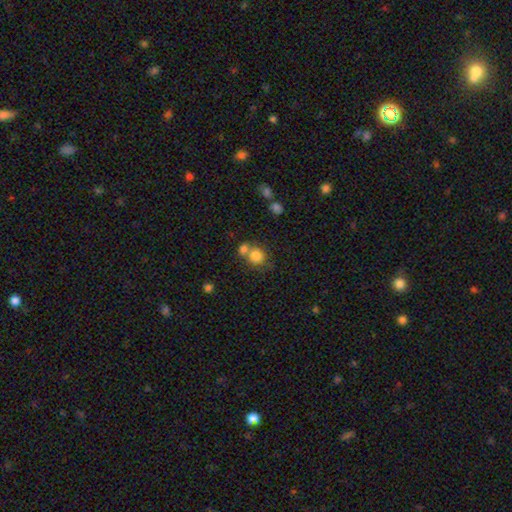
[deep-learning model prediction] Q: Smooth or featured?
A: smooth (80%); runner-up: star or artifact (11%)
Q: How rounded?
A: round (82%); runner-up: in between (17%)
Q: Merging?
A: none (46%); runner-up: merger (41%)